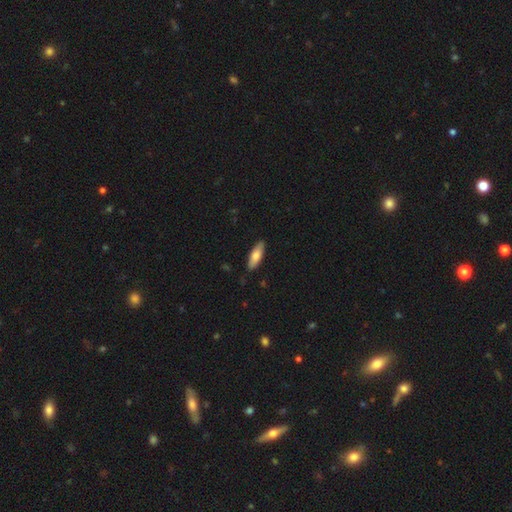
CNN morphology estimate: Smooth or featured: smooth — 73% (featured or disk — 22%)
How rounded: in between — 57% (cigar-shaped — 41%)
Merging: none — 87% (minor disturbance — 10%)